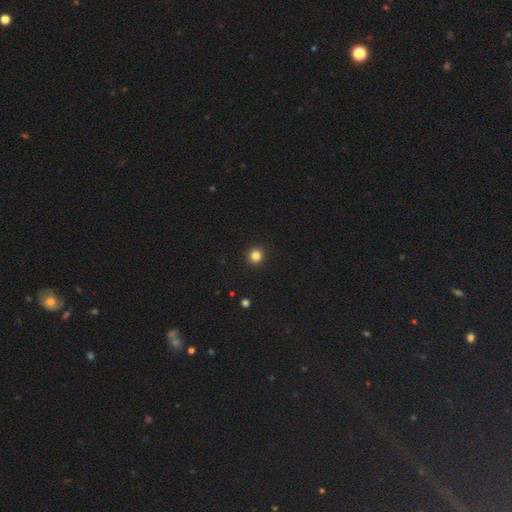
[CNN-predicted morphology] This appears to be a smooth galaxy with no disk features (84%) that is round (94%). Merging: none (93%).